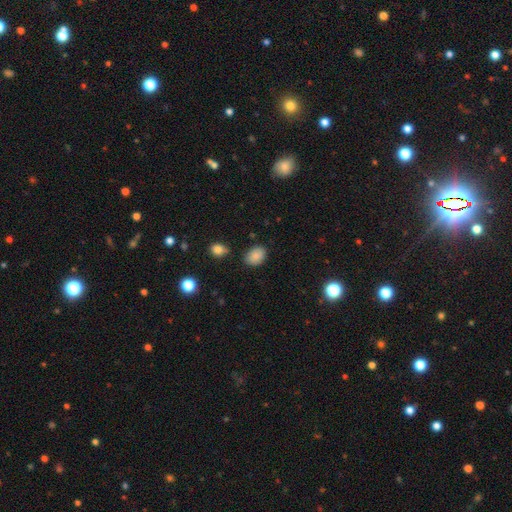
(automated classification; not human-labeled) Smooth or featured?
  - smooth: 86% *
  - star or artifact: 10%
  - featured or disk: 4%
How rounded?
  - in between: 75% *
  - round: 24%
  - cigar-shaped: 1%
Merging?
  - none: 77% *
  - minor disturbance: 16%
  - major disturbance: 3%
  - merger: 3%